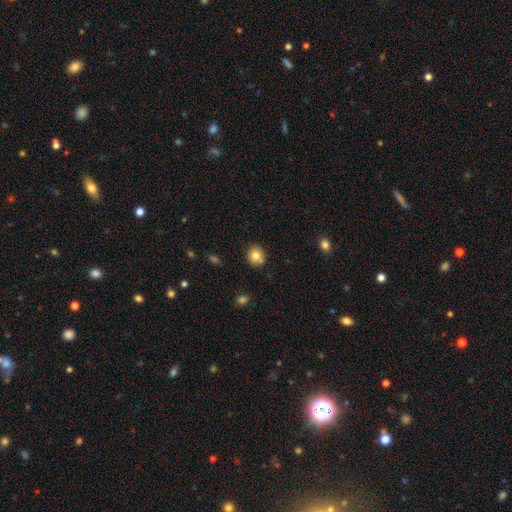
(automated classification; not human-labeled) The model was most divided on "how rounded": round: 82%, in between: 17%, cigar-shaped: 1%. More confident: smooth or featured — smooth (81%); merging — none (80%).